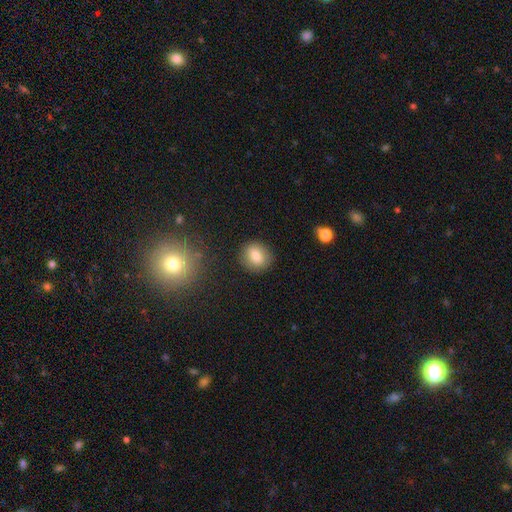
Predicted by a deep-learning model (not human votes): smooth-or-featured: smooth: 81% | featured or disk: 10% | star or artifact: 10%
  how-rounded: round: 73% | in between: 25% | cigar-shaped: 1%
  merging: none: 87% | minor disturbance: 9% | major disturbance: 3% | merger: 2%